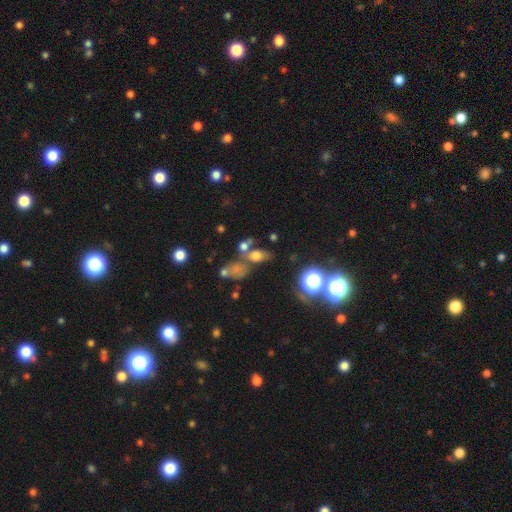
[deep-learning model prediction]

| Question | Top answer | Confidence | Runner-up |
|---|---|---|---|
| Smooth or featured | smooth | 62% | star or artifact (22%) |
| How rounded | in between | 74% | round (21%) |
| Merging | none | 45% | merger (31%) |